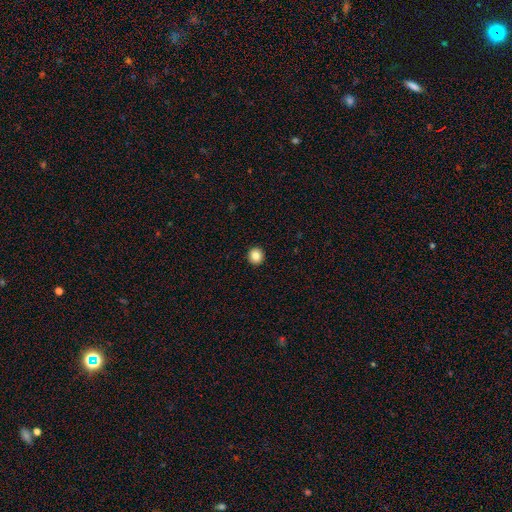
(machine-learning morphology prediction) A smooth galaxy with no disk features (86%) that is round (95%). Merging: none (94%).